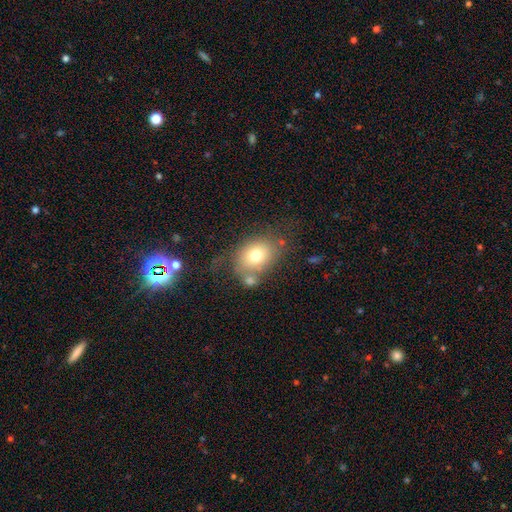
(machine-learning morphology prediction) A smooth galaxy with no disk features (73%) that is in between round and cigar-shaped (61%).

Vote fractions:
- Smooth or featured? smooth: 73% / featured or disk: 17% / star or artifact: 10%
- How rounded? in between: 61% / round: 38% / cigar-shaped: 1%
- Merging? none: 52% / minor disturbance: 21% / merger: 16% / major disturbance: 11%